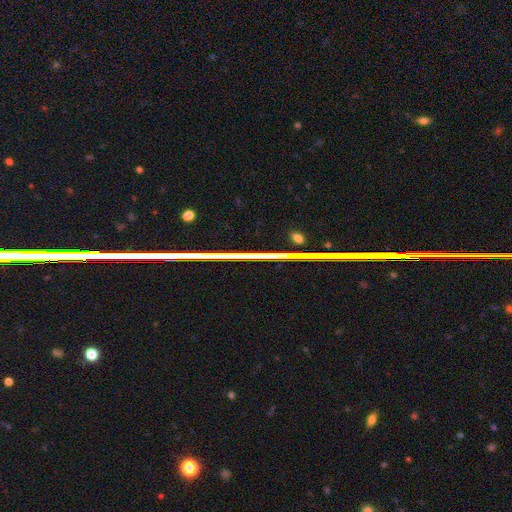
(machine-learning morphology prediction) The model was most divided on "smooth or featured": star or artifact: 79%, featured or disk: 13%, smooth: 9%.